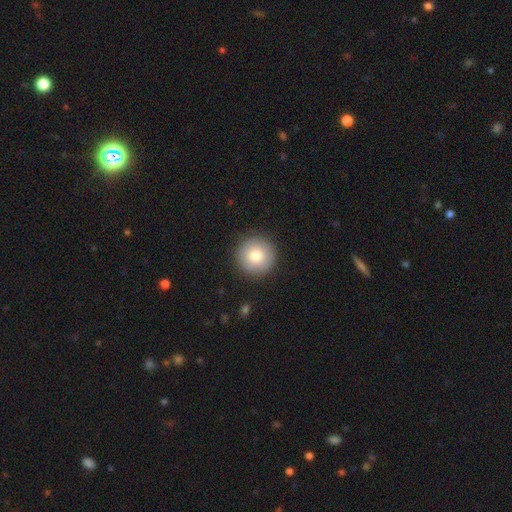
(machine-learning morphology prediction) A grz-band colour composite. It shows a smooth galaxy with no disk features (81%) that is round (96%). Merging: none (90%).